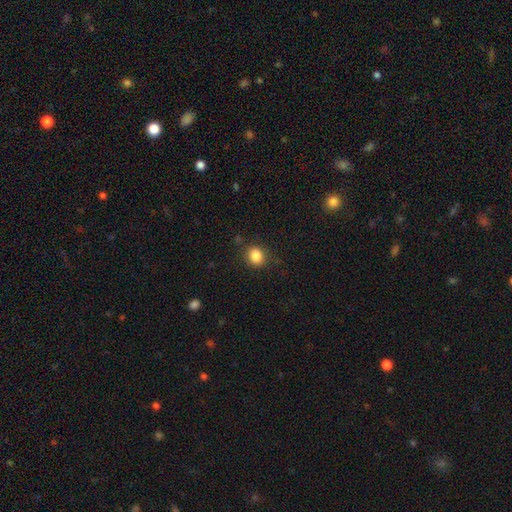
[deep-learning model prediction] Morphology: type=smooth (85%); roundness=round (67%); merging=none (83%).